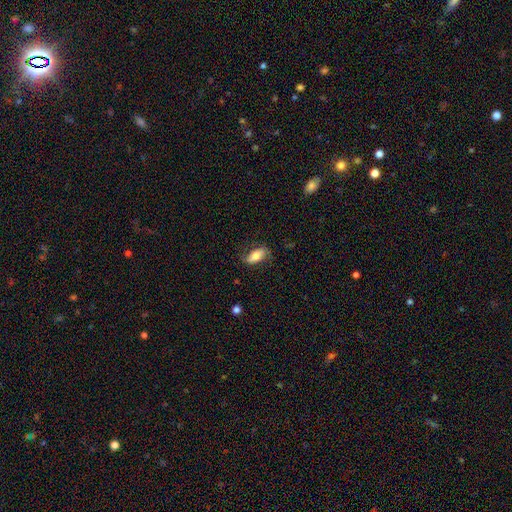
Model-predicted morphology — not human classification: Smooth or featured: smooth — 67% (featured or disk — 26%)
How rounded: in between — 87% (cigar-shaped — 9%)
Merging: none — 68% (minor disturbance — 22%)